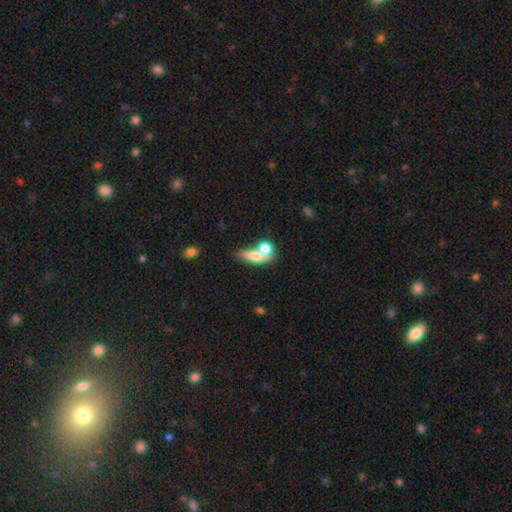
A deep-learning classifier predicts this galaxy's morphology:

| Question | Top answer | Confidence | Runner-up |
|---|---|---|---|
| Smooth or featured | smooth | 67% | featured or disk (23%) |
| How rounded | in between | 59% | cigar-shaped (24%) |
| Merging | merger | 47% | none (34%) |